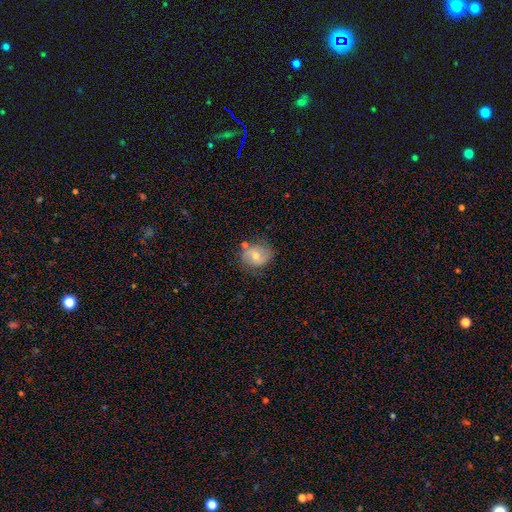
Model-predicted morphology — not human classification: This is possibly a featured or disk galaxy (47%). Merging: likely none (69%).